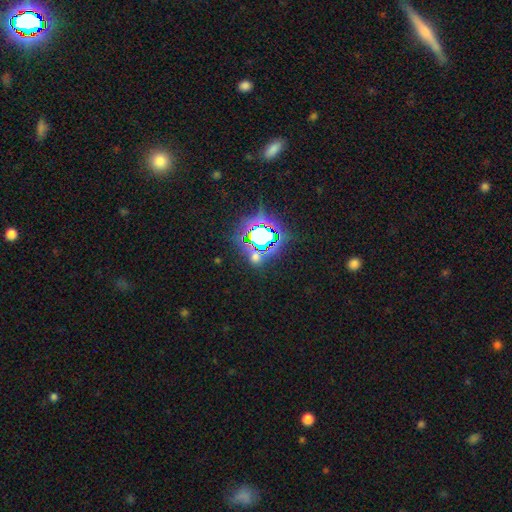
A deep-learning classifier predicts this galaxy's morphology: Smooth or featured? star or artifact (67%)